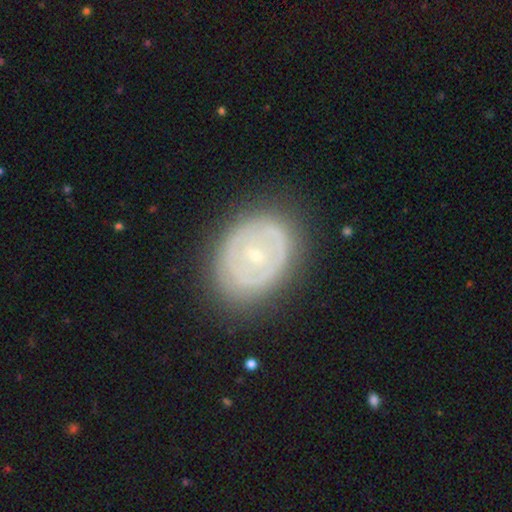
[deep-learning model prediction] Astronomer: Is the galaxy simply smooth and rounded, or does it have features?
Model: featured or disk — 63%.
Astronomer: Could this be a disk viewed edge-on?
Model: no — 95%.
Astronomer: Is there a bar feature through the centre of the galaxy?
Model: no — 84%.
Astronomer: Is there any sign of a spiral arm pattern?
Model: no — 76%.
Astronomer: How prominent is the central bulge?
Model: small — 71%.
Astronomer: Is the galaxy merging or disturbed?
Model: none — 78%.